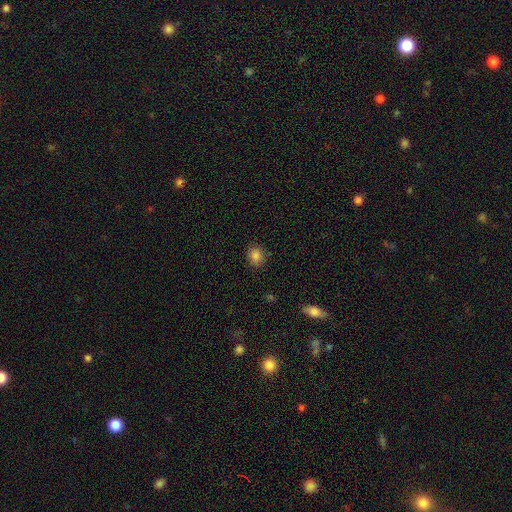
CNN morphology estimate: Q: Smooth or featured?
A: smooth (84%); runner-up: star or artifact (11%)
Q: How rounded?
A: round (55%); runner-up: in between (44%)
Q: Merging?
A: none (87%); runner-up: minor disturbance (10%)